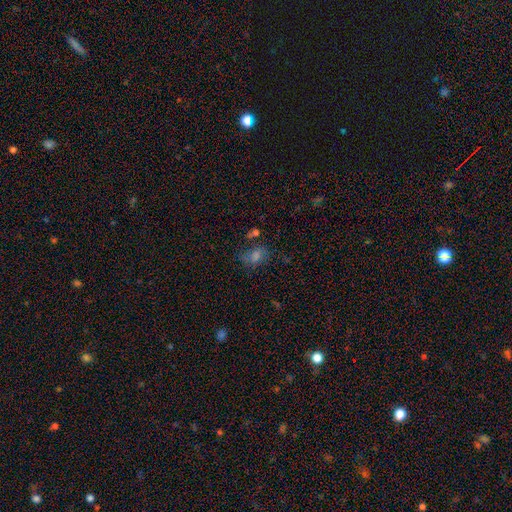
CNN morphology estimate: Smooth or featured? smooth (46%)
Merging? none (57%)